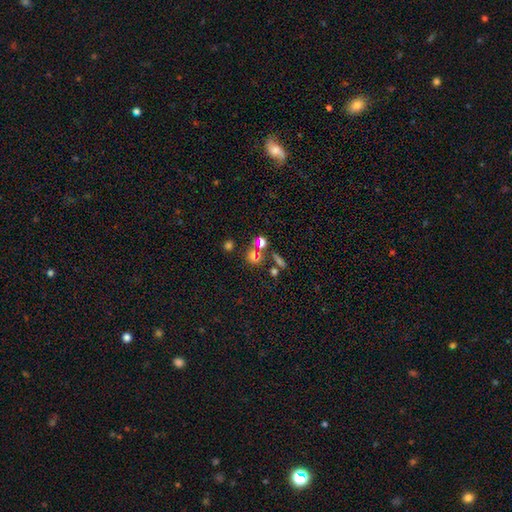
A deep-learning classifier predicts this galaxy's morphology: smooth_or_featured: smooth (p=0.55) [alt: star or artifact p=0.30]
how_rounded: round (p=0.68) [alt: in between p=0.29]
merging: none (p=0.48) [alt: merger p=0.31]